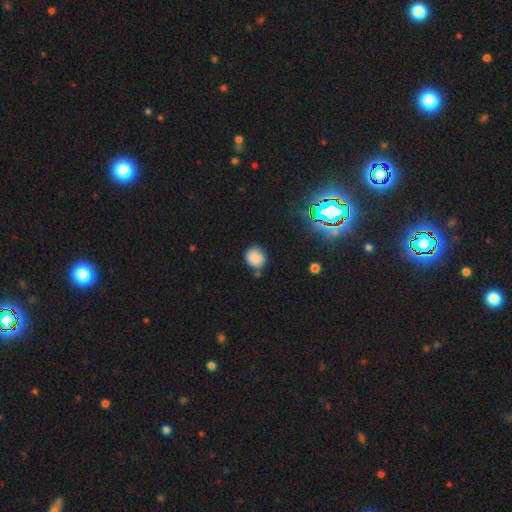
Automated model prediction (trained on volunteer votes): Smooth or featured?
  - smooth: 82% *
  - star or artifact: 13%
  - featured or disk: 5%
How rounded?
  - round: 82% *
  - in between: 17%
  - cigar-shaped: 1%
Merging?
  - none: 71% *
  - minor disturbance: 18%
  - merger: 7%
  - major disturbance: 4%